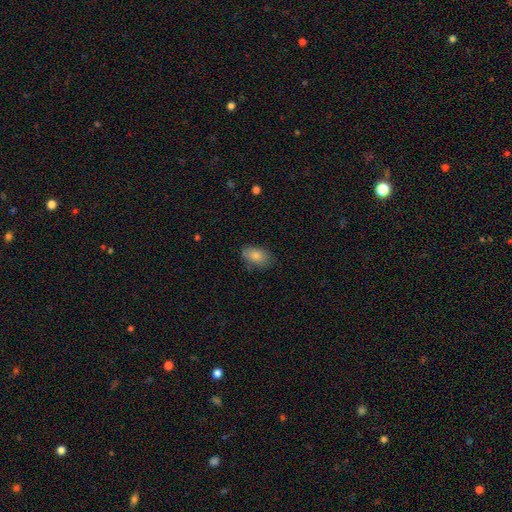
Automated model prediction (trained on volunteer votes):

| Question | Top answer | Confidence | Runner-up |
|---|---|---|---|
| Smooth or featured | smooth | 83% | featured or disk (10%) |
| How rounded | in between | 90% | round (8%) |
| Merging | none | 78% | minor disturbance (17%) |